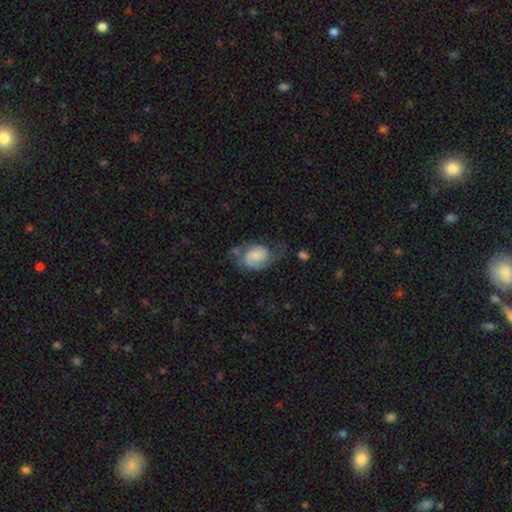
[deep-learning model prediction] The model was most divided on "spiral winding": medium: 42%, tight: 33%, loose: 25%. Remaining: edge-on disk — no (97%); spiral arms — yes (89%); bar — no (65%); smooth or featured — featured or disk (64%); spiral arm count — 2 (59%); bulge size — small (51%); merging — none (38%).